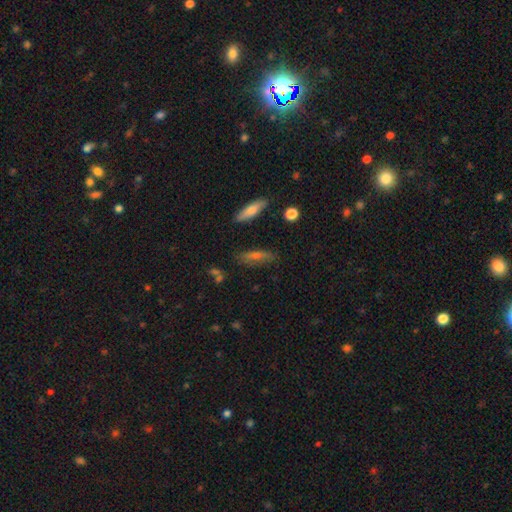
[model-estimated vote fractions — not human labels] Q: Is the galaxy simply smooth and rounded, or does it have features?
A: smooth — 54%.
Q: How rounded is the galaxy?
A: cigar-shaped — 62%.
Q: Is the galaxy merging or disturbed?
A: none — 78%.